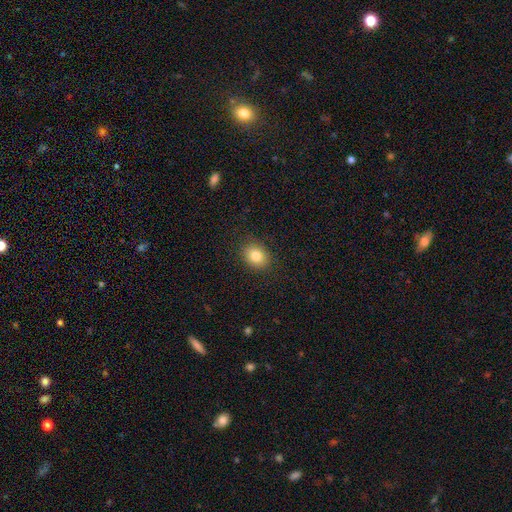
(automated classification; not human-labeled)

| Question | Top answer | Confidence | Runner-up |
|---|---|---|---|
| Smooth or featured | smooth | 82% | star or artifact (10%) |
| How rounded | round | 50% | in between (49%) |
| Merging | none | 89% | minor disturbance (8%) |